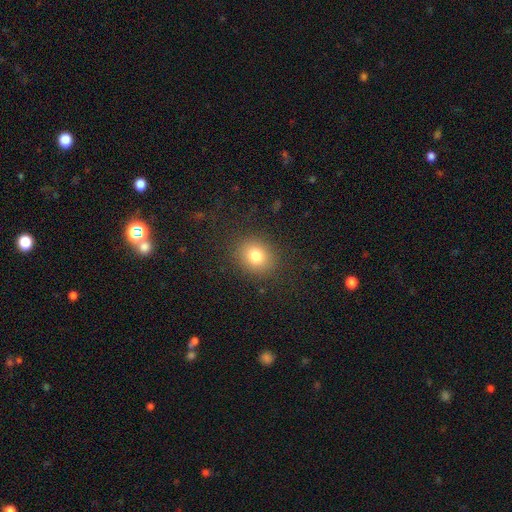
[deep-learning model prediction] Smooth or featured? smooth (79%)
How rounded? round (69%)
Merging? none (87%)